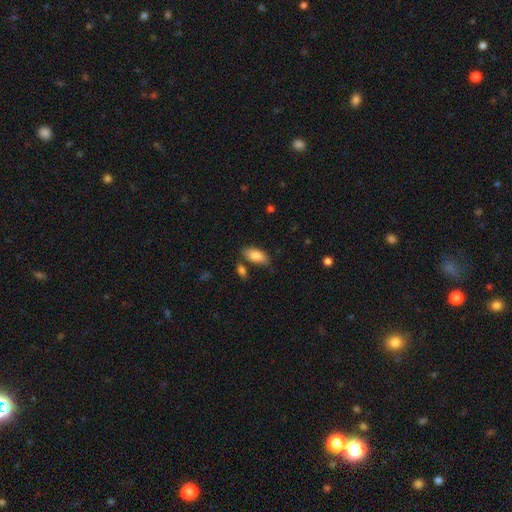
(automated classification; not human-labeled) Smooth or featured: smooth — 85% (featured or disk — 8%)
How rounded: in between — 90% (cigar-shaped — 8%)
Merging: none — 72% (minor disturbance — 16%)